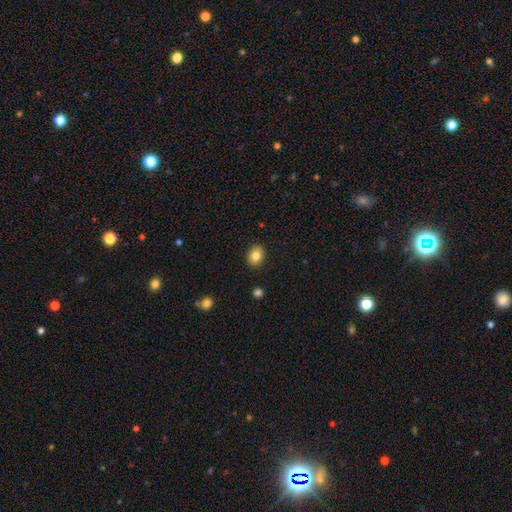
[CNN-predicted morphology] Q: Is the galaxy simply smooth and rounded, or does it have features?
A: smooth — 83%.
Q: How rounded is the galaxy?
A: round — 55%.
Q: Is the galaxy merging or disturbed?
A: none — 89%.